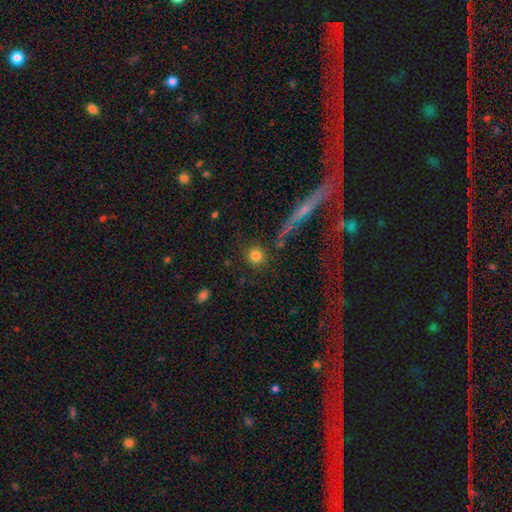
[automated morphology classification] smooth 80%, star or artifact 12%, featured or disk 8%. Down the decision tree: how rounded — round (92%); merging — none (85%).